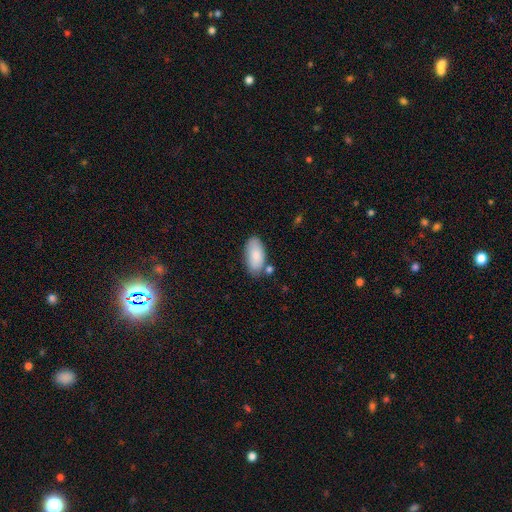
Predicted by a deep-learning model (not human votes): A smooth galaxy with no disk features (84%) that is in between round and cigar-shaped (94%). Merging: none (73%).